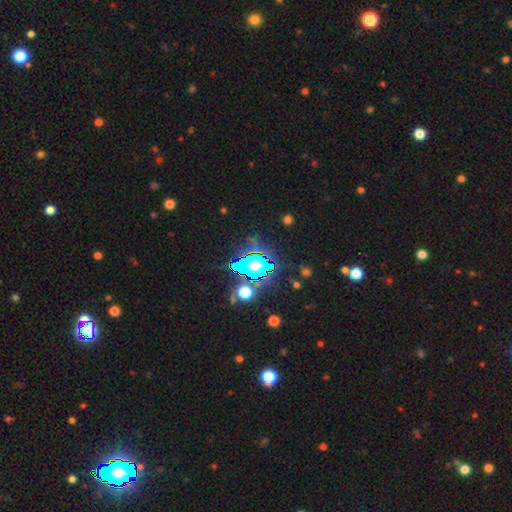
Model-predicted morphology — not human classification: Smooth or featured? star or artifact (81%)